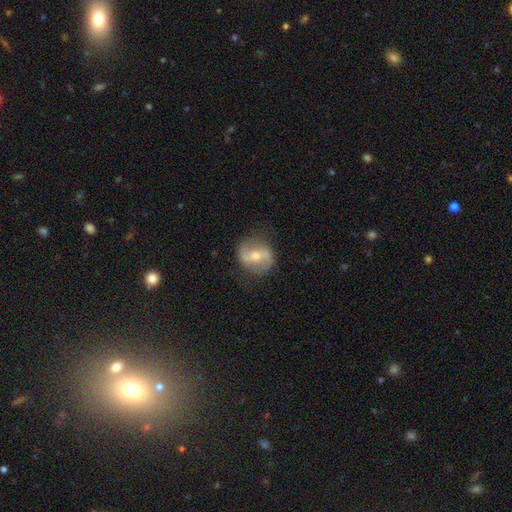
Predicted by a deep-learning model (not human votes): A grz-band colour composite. It shows a featured or disk galaxy (76%) with a strong bar (43%), 2 (89%) loose (43%) spiral arms (86%) and a moderate central bulge (60%). Merging: none (79%).